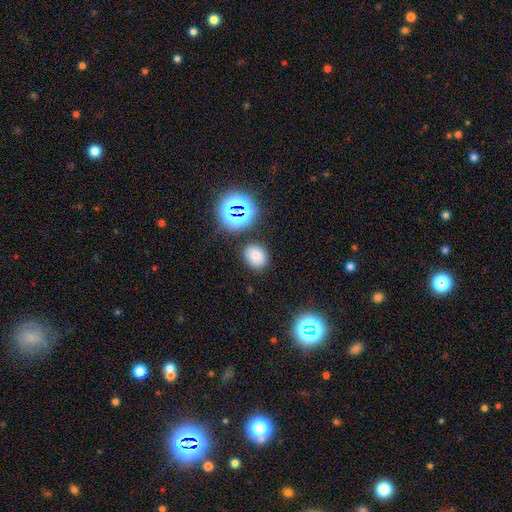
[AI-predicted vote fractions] smooth 74%, star or artifact 19%, featured or disk 7%. Down the decision tree: how rounded — round (52%); merging — none (82%).